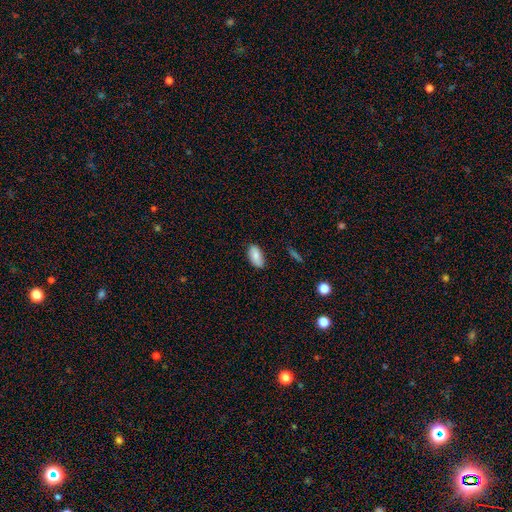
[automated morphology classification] Smooth or featured? Predicted: smooth (p=0.81). How rounded? Predicted: in between (p=0.93). Merging? Predicted: none (p=0.82).